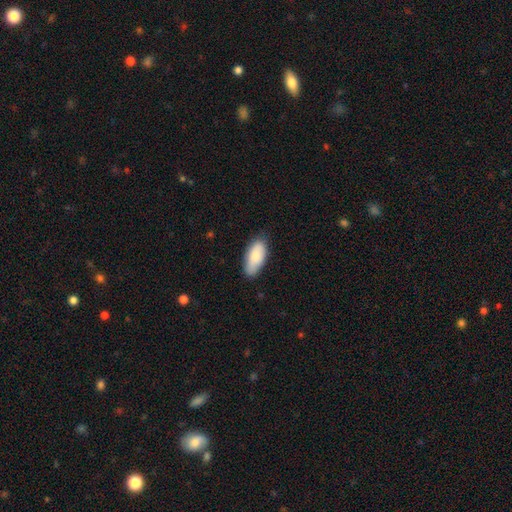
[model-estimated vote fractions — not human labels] smooth 83%, featured or disk 11%, star or artifact 6%. Down the decision tree: how rounded — in between (90%); merging — none (76%).